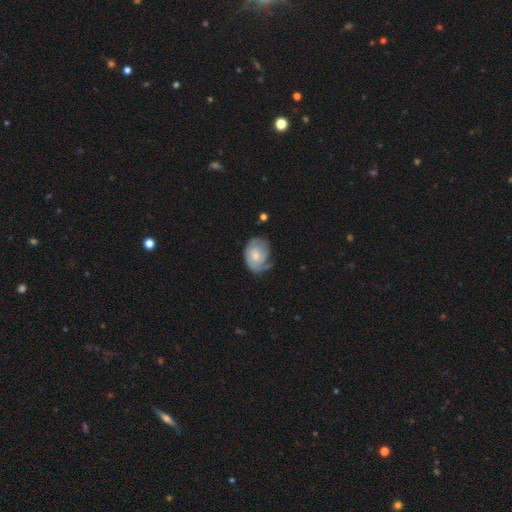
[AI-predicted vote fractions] Smooth or featured: featured or disk — 62% (smooth — 32%)
Edge-on disk: no — 97% (yes — 3%)
Bar: no — 77% (weak — 20%)
Spiral arms: yes — 85% (no — 15%)
Spiral winding: tight — 60% (medium — 28%)
Spiral arm count: 1 — 32% (2 — 29%)
Bulge size: moderate — 45% (small — 44%)
Merging: none — 54% (minor disturbance — 29%)